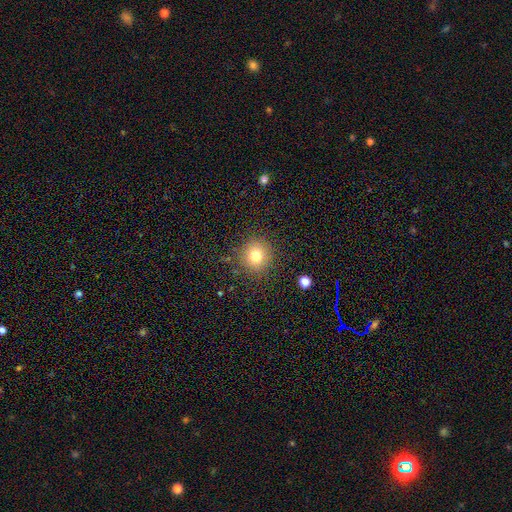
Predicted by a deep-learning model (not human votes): Smooth or featured? Predicted: smooth (p=0.77). How rounded? Predicted: round (p=0.92). Merging? Predicted: none (p=0.88).